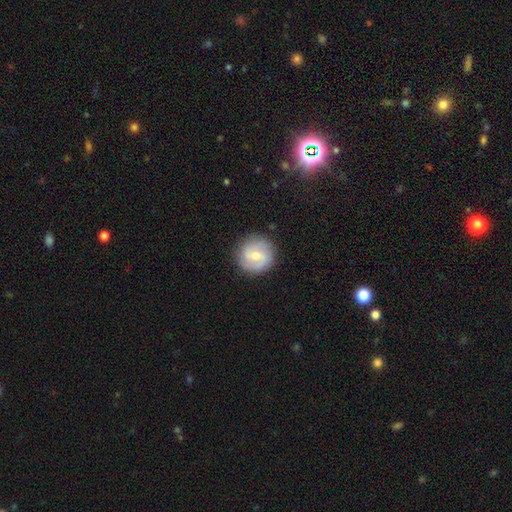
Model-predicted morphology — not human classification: This appears to be a featured or disk galaxy (51%). Merging: none (86%).